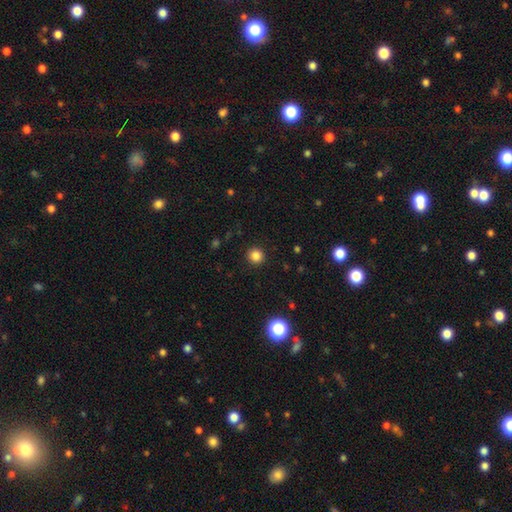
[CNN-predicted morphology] The model was most divided on "smooth or featured": smooth: 84%, star or artifact: 12%, featured or disk: 4%. More confident: how rounded — round (94%); merging — none (92%).